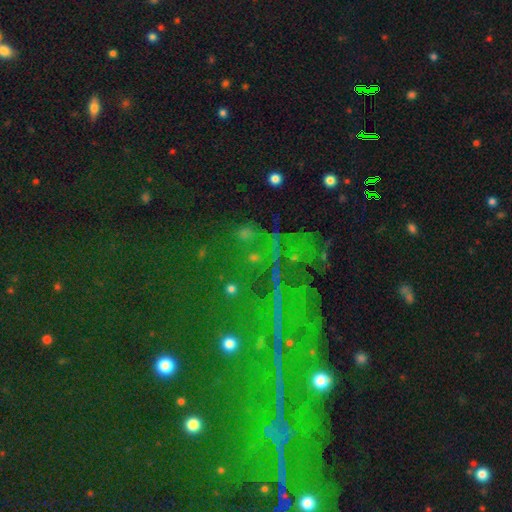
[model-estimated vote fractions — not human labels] Smooth or featured? star or artifact (79%)